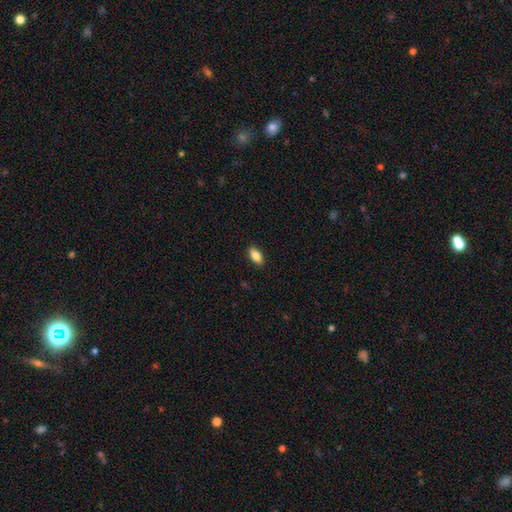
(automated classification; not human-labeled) This is clearly a smooth galaxy (83%). How rounded: clearly in between (88%). Merging: clearly none (89%).